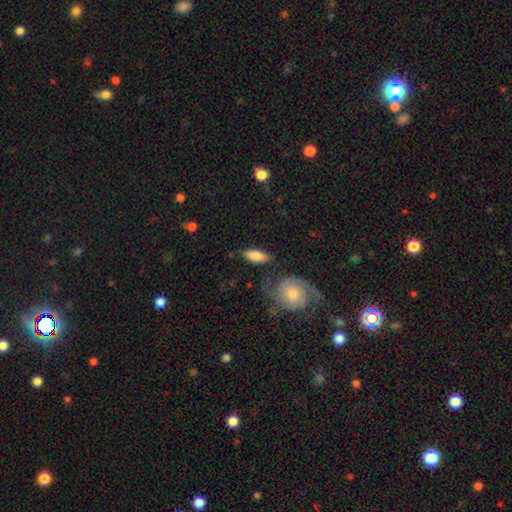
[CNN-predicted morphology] A smooth galaxy with no disk features (80%) that is in between round and cigar-shaped (83%).

Vote fractions:
- Smooth or featured? smooth: 80% / featured or disk: 14% / star or artifact: 6%
- How rounded? in between: 83% / cigar-shaped: 14% / round: 3%
- Merging? none: 74% / minor disturbance: 15% / merger: 5% / major disturbance: 5%